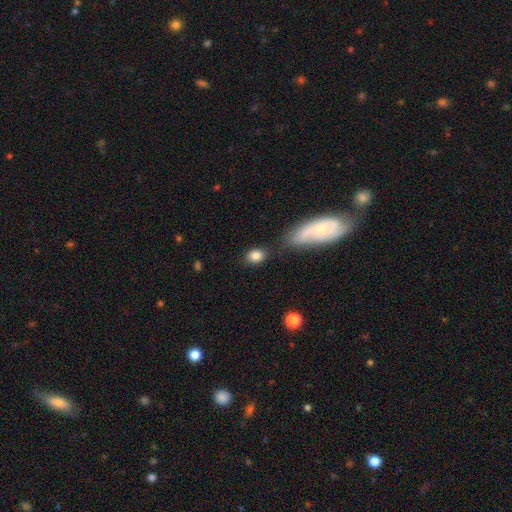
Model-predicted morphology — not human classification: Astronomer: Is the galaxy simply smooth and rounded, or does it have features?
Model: smooth — 84%.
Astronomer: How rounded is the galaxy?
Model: in between — 61% (runner-up: round, 37%).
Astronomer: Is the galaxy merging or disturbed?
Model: none — 76%.